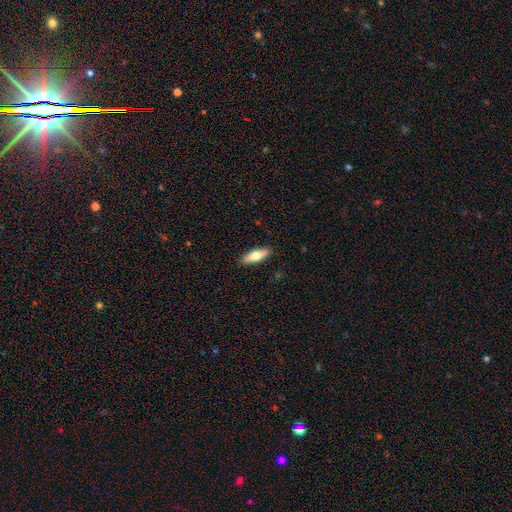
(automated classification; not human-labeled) The model was most divided on "how rounded": in between: 59%, cigar-shaped: 39%, round: 2%. More confident: merging — none (89%); smooth or featured — smooth (69%).